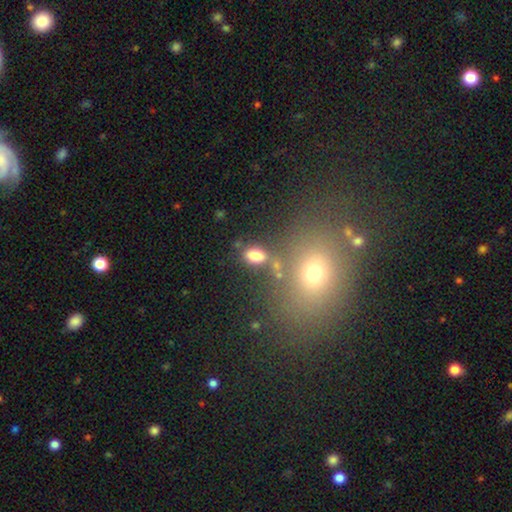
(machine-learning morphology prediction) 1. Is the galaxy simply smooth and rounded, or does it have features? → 79% smooth, 12% star or artifact, 9% featured or disk.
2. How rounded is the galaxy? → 84% in between, 14% round, 2% cigar-shaped.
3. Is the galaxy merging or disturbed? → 67% none, 14% merger, 13% minor disturbance, 6% major disturbance.